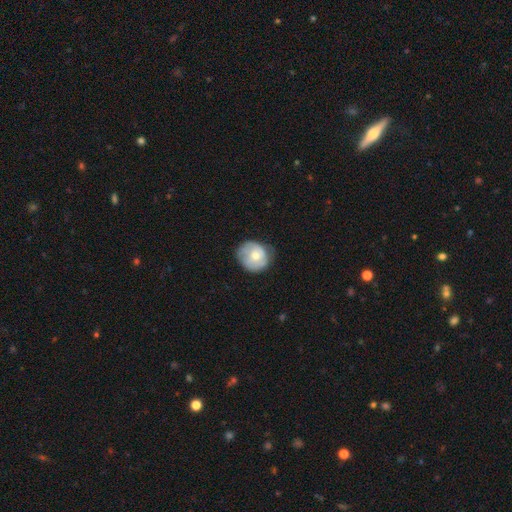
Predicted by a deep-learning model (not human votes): A smooth galaxy with no disk features (53%) that is round (82%).

Vote fractions:
- Smooth or featured? smooth: 53% / featured or disk: 40% / star or artifact: 7%
- How rounded? round: 82% / in between: 17% / cigar-shaped: 1%
- Merging? none: 62% / minor disturbance: 28% / major disturbance: 9% / merger: 1%